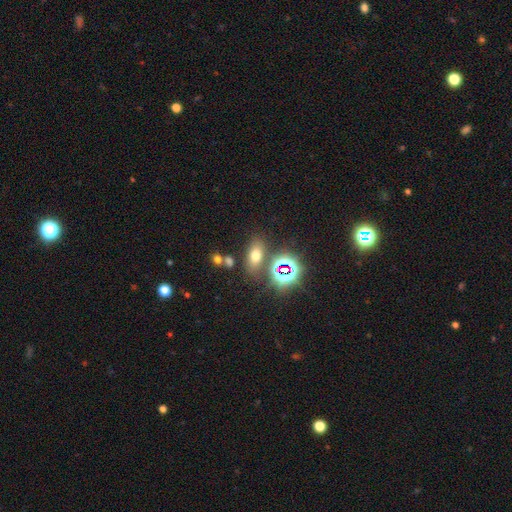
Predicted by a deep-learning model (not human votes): Smooth or featured? smooth (59%)
How rounded? in between (77%)
Merging? none (74%)